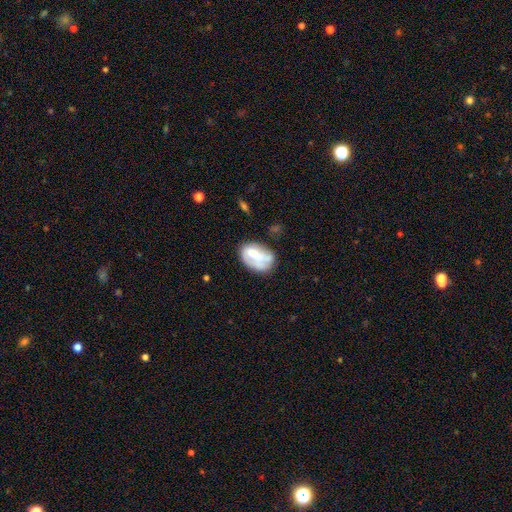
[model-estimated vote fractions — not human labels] Smooth or featured? Predicted: smooth (p=0.54). How rounded? Predicted: in between (p=0.86). Merging? Predicted: none (p=0.44).